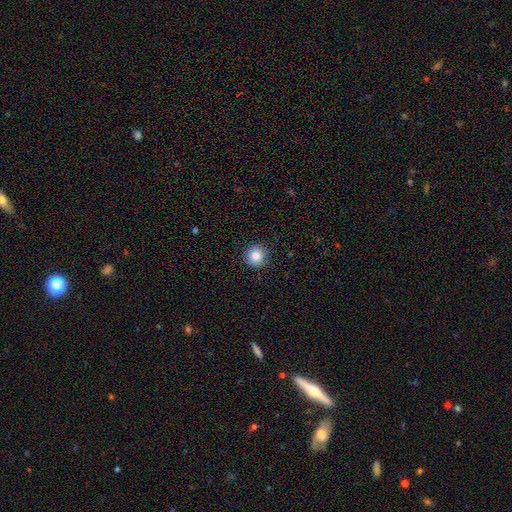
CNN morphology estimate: A smooth galaxy with no disk features (85%) that is round (94%). Merging: none (90%).